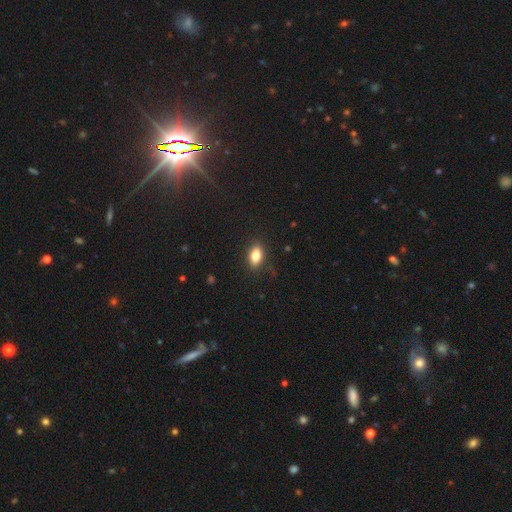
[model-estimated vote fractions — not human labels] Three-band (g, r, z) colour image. It shows a smooth galaxy with no disk features (82%) that is in between round and cigar-shaped (87%). Merging: none (87%).